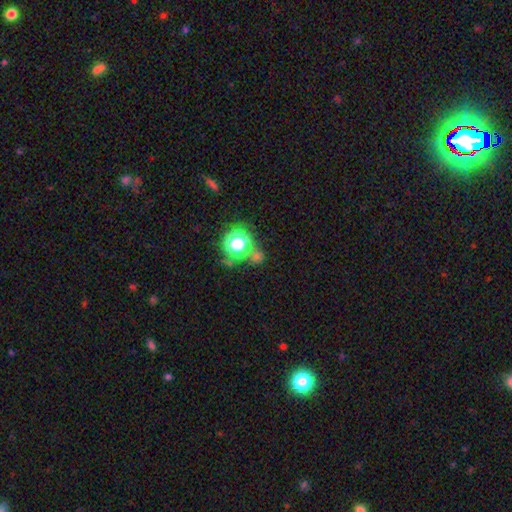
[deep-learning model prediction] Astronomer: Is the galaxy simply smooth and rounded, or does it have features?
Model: star or artifact — 48% (runner-up: smooth, 44%).